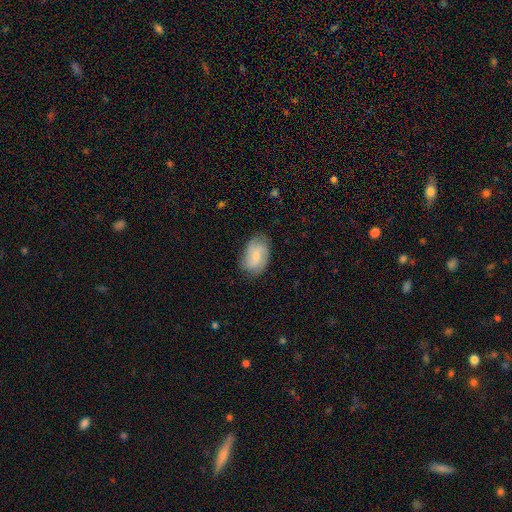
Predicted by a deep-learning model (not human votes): This is possibly a smooth galaxy (52%). How rounded: clearly in between (86%). Merging: likely none (74%).